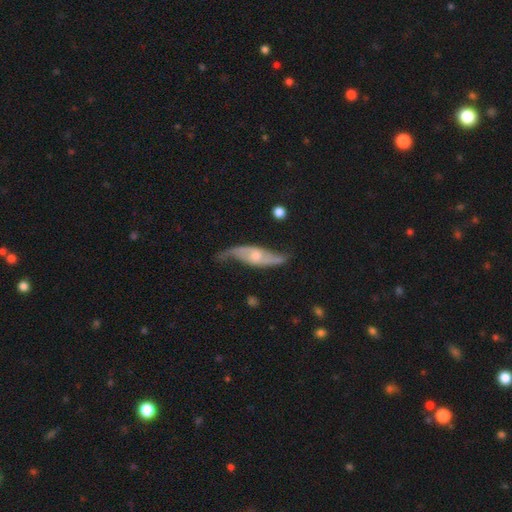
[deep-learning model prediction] This appears to be a featured or disk galaxy (81%) with no bar (53%), 2 (91%) loose (78%) spiral arms (93%) and a moderate central bulge (48%). Merging: none (61%).